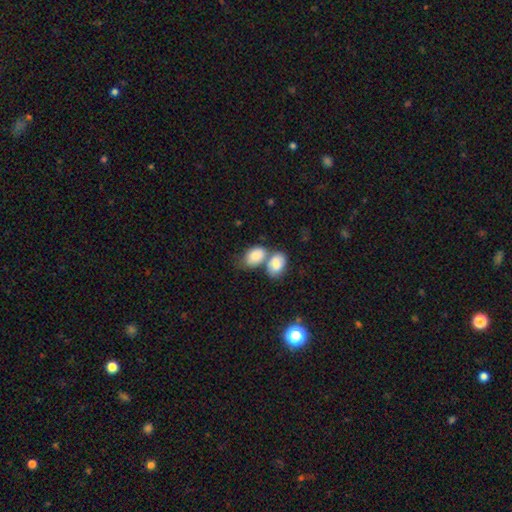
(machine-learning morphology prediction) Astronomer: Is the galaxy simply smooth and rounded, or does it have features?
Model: smooth — 81%.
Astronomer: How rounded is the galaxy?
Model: in between — 89%.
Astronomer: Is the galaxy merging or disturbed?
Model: merger — 56%.